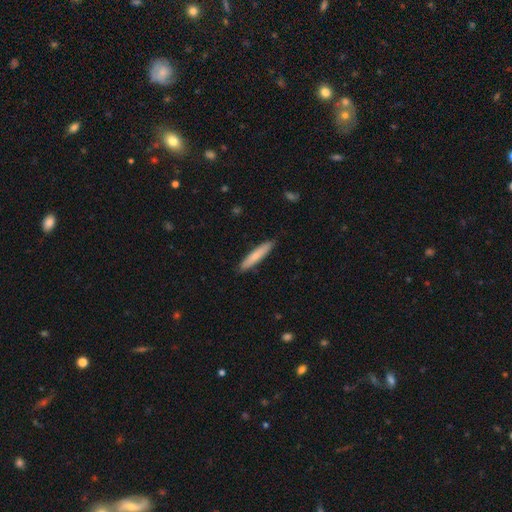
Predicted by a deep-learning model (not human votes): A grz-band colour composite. It shows a smooth galaxy with no disk features (74%) that is cigar-shaped (91%). Merging: none (89%).